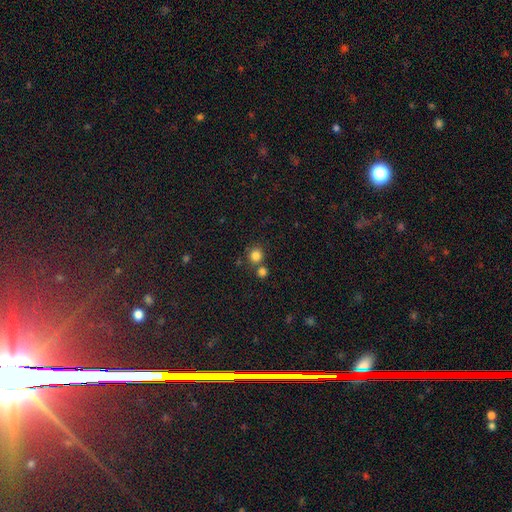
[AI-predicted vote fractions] A smooth galaxy with no disk features (82%) that is round (88%).

Vote fractions:
- Smooth or featured? smooth: 82% / star or artifact: 13% / featured or disk: 5%
- How rounded? round: 88% / in between: 11% / cigar-shaped: 1%
- Merging? none: 67% / merger: 22% / minor disturbance: 8% / major disturbance: 3%